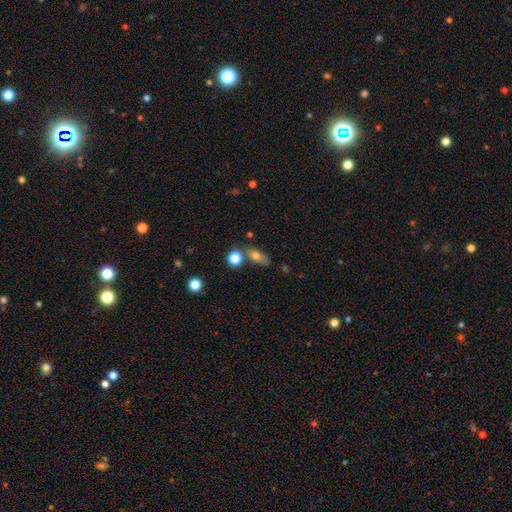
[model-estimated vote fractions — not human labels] smooth-or-featured: smooth: 74% | featured or disk: 14% | star or artifact: 12%
  how-rounded: in between: 71% | round: 16% | cigar-shaped: 13%
  merging: none: 62% | minor disturbance: 16% | merger: 16% | major disturbance: 6%